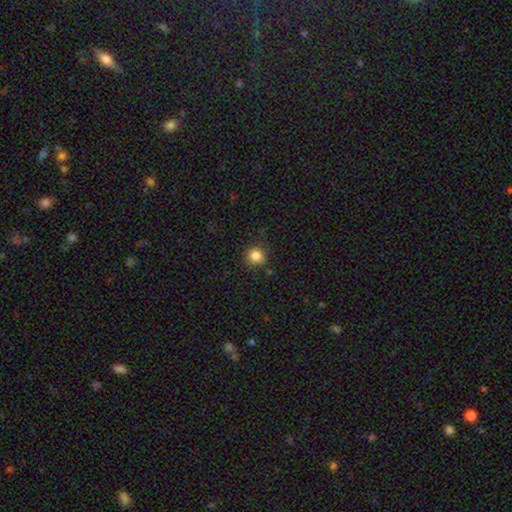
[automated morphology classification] Smooth or featured: smooth — 84% (star or artifact — 11%)
How rounded: round — 91% (in between — 8%)
Merging: none — 85% (minor disturbance — 11%)